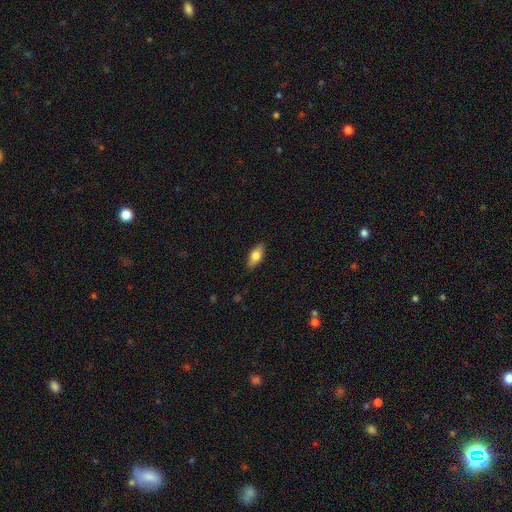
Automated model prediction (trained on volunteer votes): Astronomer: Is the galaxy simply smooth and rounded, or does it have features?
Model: smooth — 75%.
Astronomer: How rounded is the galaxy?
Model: in between — 82%.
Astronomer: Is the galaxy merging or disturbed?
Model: none — 87%.